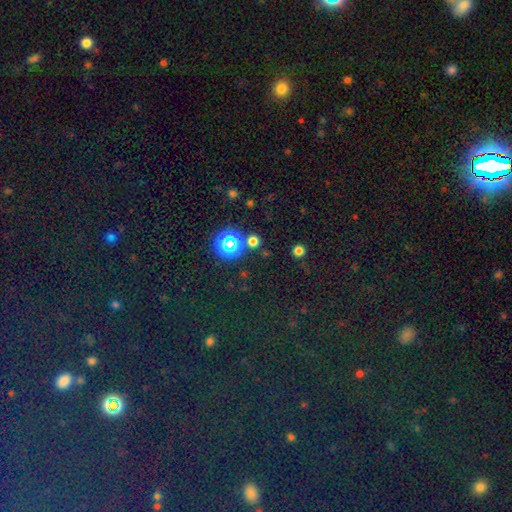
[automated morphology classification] Smooth or featured: star or artifact — 61% (smooth — 32%)